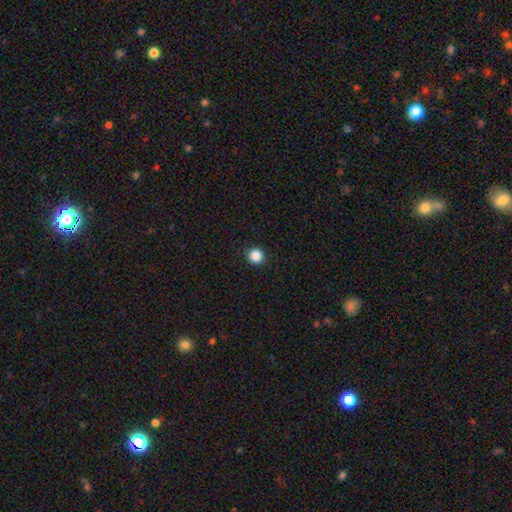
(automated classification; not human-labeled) Q: Smooth or featured?
A: smooth (87%); runner-up: star or artifact (10%)
Q: How rounded?
A: round (90%); runner-up: in between (9%)
Q: Merging?
A: none (92%); runner-up: minor disturbance (5%)